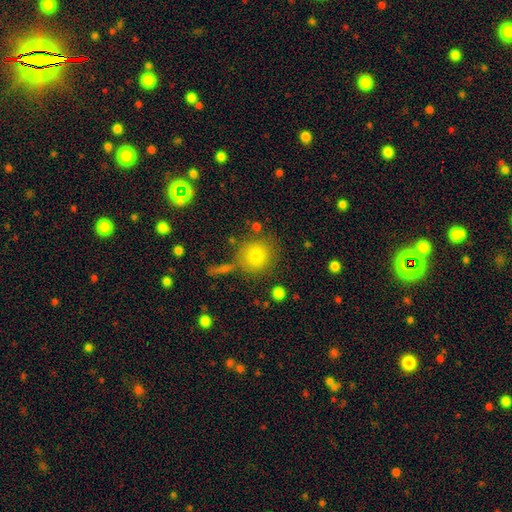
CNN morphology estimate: Q: Smooth or featured?
A: smooth (79%); runner-up: star or artifact (11%)
Q: How rounded?
A: round (90%); runner-up: in between (9%)
Q: Merging?
A: none (75%); runner-up: minor disturbance (11%)